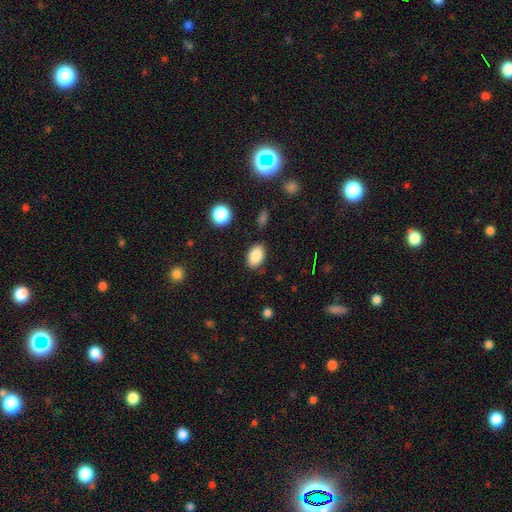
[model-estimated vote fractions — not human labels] Smooth or featured? Predicted: smooth (p=0.87). How rounded? Predicted: in between (p=0.86). Merging? Predicted: none (p=0.84).